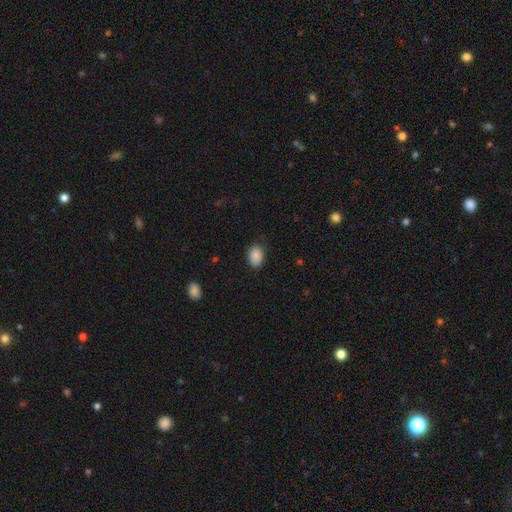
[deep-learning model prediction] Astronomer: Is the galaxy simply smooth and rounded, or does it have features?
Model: smooth — 88%.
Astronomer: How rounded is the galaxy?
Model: in between — 82%.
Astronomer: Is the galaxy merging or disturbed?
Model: none — 78%.